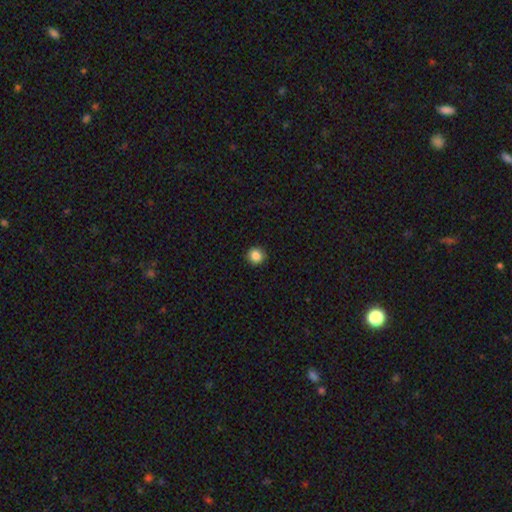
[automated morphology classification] Smooth or featured? smooth (87%)
How rounded? round (93%)
Merging? none (92%)